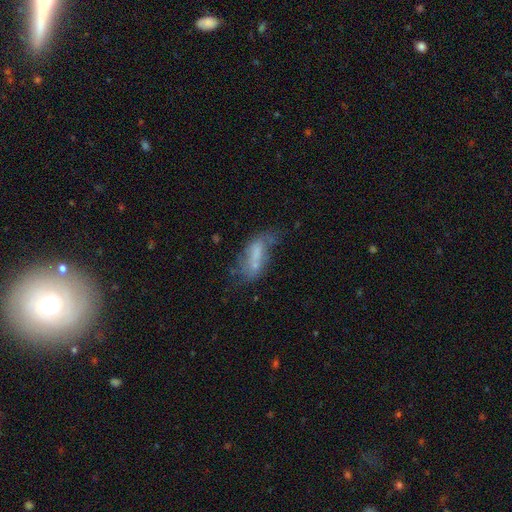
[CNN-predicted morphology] Smooth or featured?
  - smooth: 45% * (tied)
  - featured or disk: 45% * (tied)
  - star or artifact: 11%
Merging?
  - none: 34% *
  - major disturbance: 26%
  - minor disturbance: 25%
  - merger: 15%